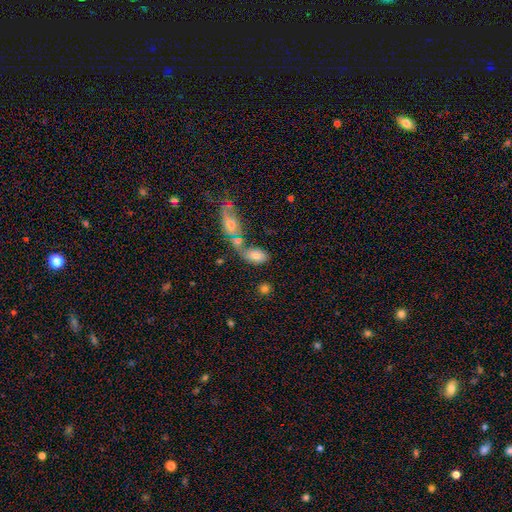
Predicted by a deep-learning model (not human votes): Q: Smooth or featured?
A: smooth (76%); runner-up: featured or disk (14%)
Q: How rounded?
A: in between (89%); runner-up: round (7%)
Q: Merging?
A: merger (43%); runner-up: none (38%)